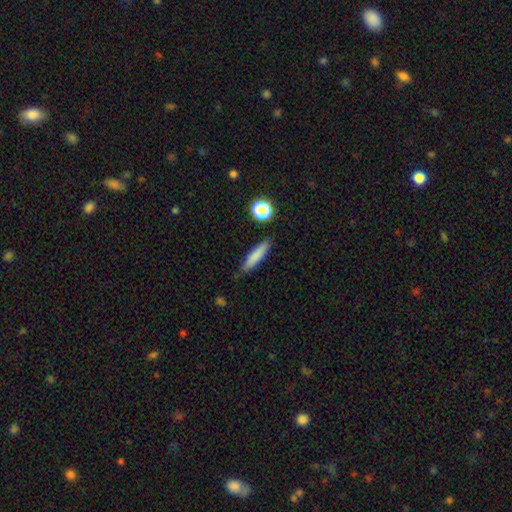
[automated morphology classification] The model was most divided on "how rounded": cigar-shaped: 78%, in between: 19%, round: 2%. More confident: merging — none (82%); smooth or featured — smooth (79%).